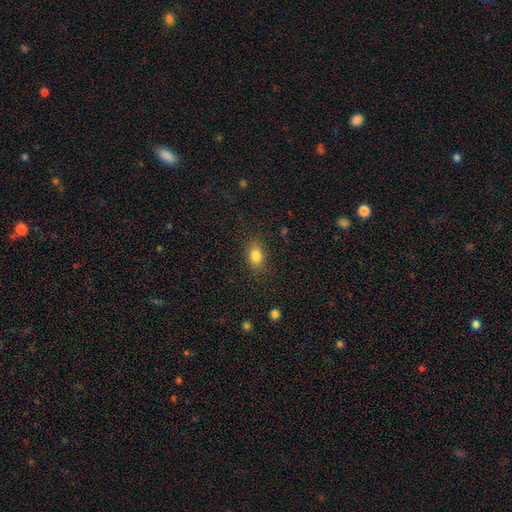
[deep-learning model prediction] smooth-or-featured: smooth: 84% | star or artifact: 9% | featured or disk: 7%
  how-rounded: in between: 81% | round: 17% | cigar-shaped: 2%
  merging: none: 84% | minor disturbance: 11% | major disturbance: 4% | merger: 1%